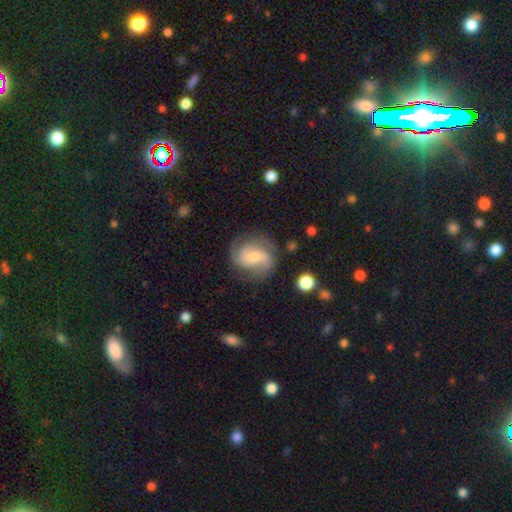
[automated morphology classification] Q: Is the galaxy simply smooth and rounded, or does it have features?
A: featured or disk — 76%.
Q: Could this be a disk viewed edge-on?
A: no — 97%.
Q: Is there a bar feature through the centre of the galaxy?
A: no — 48%.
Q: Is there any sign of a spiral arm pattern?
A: yes — 95%.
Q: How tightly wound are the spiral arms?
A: medium — 46%.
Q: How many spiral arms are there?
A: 2 — 40%.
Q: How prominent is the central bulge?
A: small — 50%.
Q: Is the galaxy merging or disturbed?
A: none — 73%.